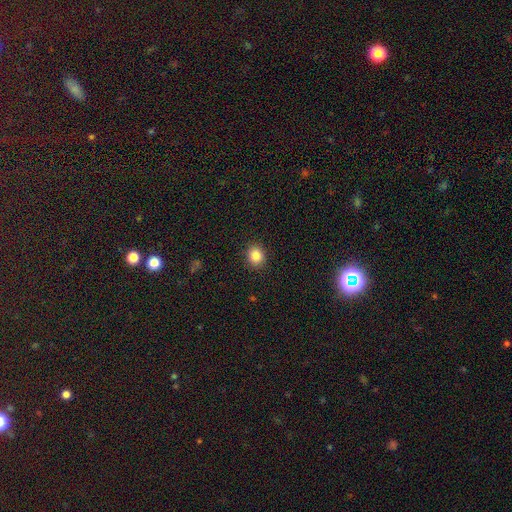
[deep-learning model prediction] A smooth galaxy with no disk features (84%) that is round (76%). Merging: none (91%).